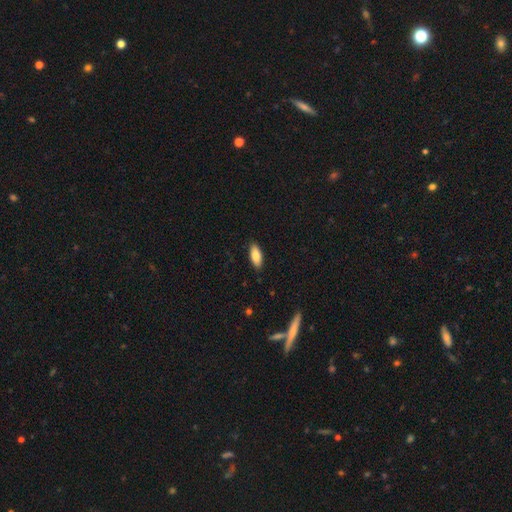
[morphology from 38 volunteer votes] This is clearly a smooth galaxy (92%). How rounded: likely in between (71%). Merging: clearly none (81%).